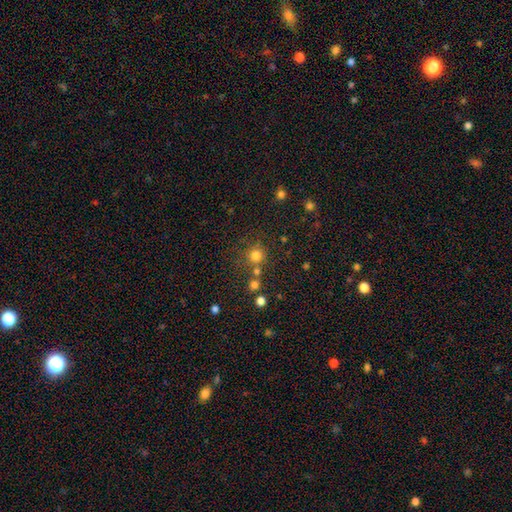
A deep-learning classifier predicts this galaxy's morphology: Overall: smooth (76%). How rounded: round (92%). Merging: none (69%).